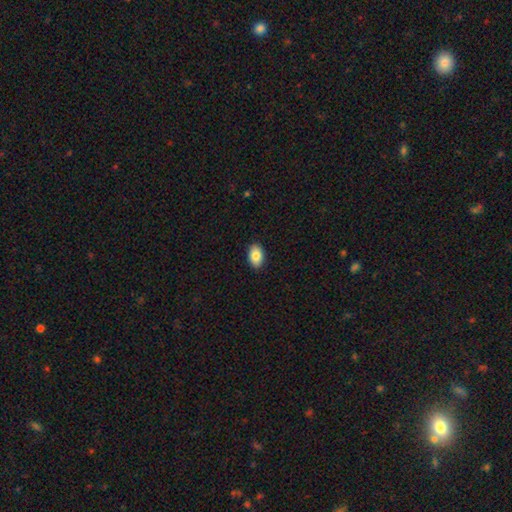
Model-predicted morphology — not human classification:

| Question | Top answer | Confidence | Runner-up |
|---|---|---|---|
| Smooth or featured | smooth | 85% | featured or disk (8%) |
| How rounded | in between | 91% | round (7%) |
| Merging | none | 90% | minor disturbance (7%) |